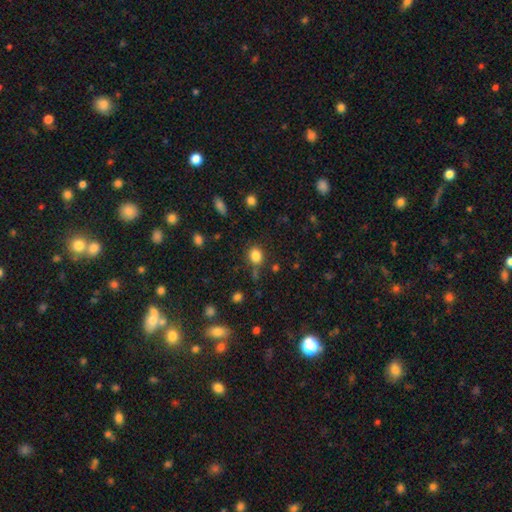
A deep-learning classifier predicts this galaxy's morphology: A smooth galaxy with no disk features (83%) that is round (64%).

Vote fractions:
- Smooth or featured? smooth: 83% / star or artifact: 12% / featured or disk: 5%
- How rounded? round: 64% / in between: 35% / cigar-shaped: 1%
- Merging? none: 73% / minor disturbance: 15% / merger: 7% / major disturbance: 5%